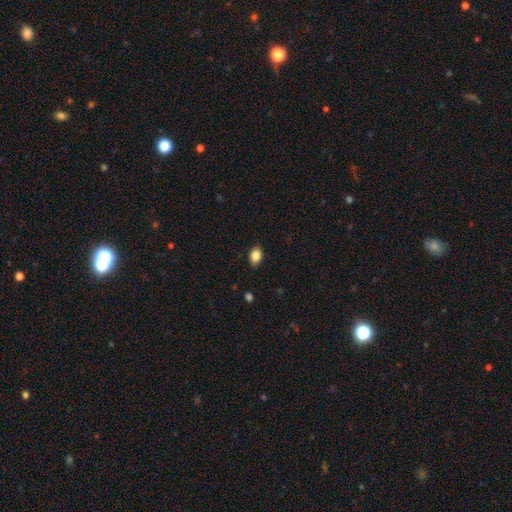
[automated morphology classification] Q: Smooth or featured?
A: smooth (85%); runner-up: star or artifact (8%)
Q: How rounded?
A: in between (83%); runner-up: round (16%)
Q: Merging?
A: none (88%); runner-up: minor disturbance (9%)